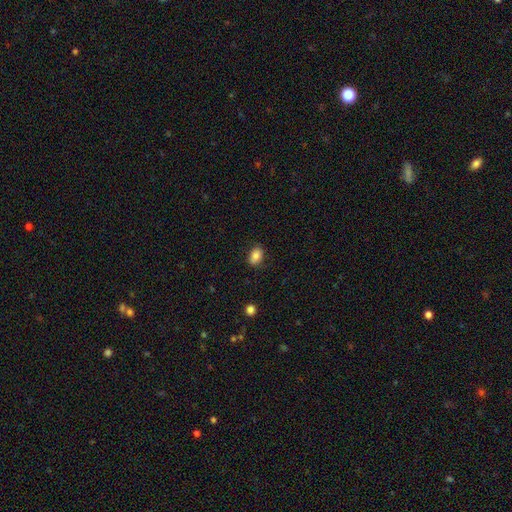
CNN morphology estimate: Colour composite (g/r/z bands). It shows a smooth galaxy with no disk features (84%) that is in between round and cigar-shaped (81%). Merging: none (83%).